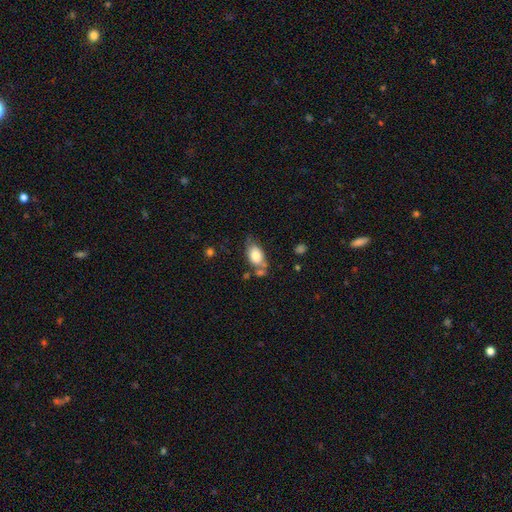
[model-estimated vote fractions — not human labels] Overall: smooth (79%). How rounded: in between (87%). Merging: none (52%; minor disturbance 23%).